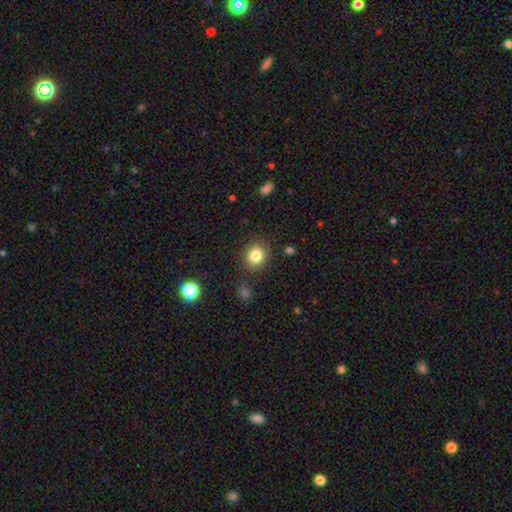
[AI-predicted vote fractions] This is clearly a smooth galaxy (83%). How rounded: likely round (74%). Merging: clearly none (85%).